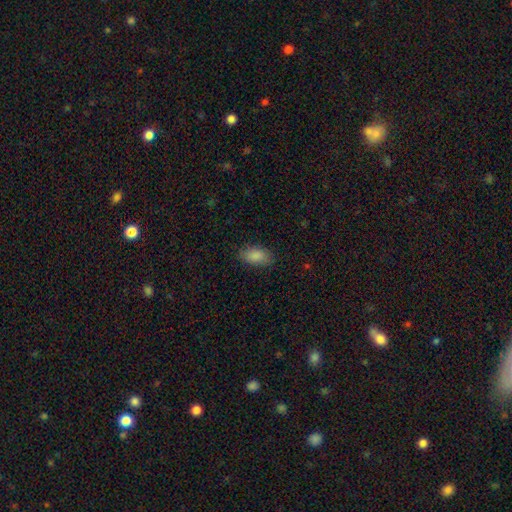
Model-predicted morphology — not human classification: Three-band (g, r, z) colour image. It shows a smooth galaxy with no disk features (89%) that is in between round and cigar-shaped (93%). Merging: none (84%).